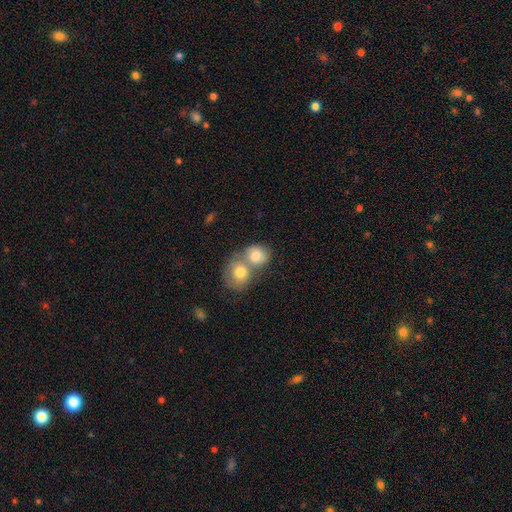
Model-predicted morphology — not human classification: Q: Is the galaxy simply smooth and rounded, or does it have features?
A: smooth — 78%.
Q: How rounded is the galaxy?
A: round — 71%.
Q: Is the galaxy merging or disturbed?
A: merger — 64%.